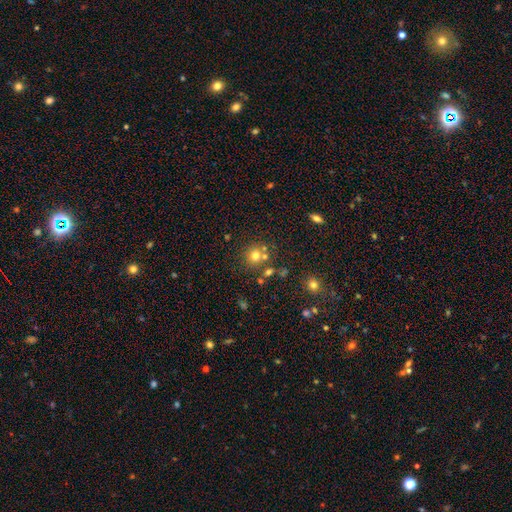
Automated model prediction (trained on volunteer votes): smooth 71%, star or artifact 17%, featured or disk 12%. Down the decision tree: how rounded — round (88%); merging — none (67%).